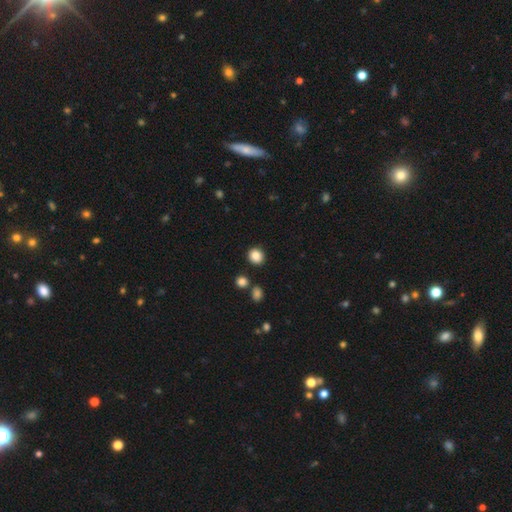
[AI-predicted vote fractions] This appears to be a smooth galaxy with no disk features (86%) that is round (83%). Merging: none (88%).